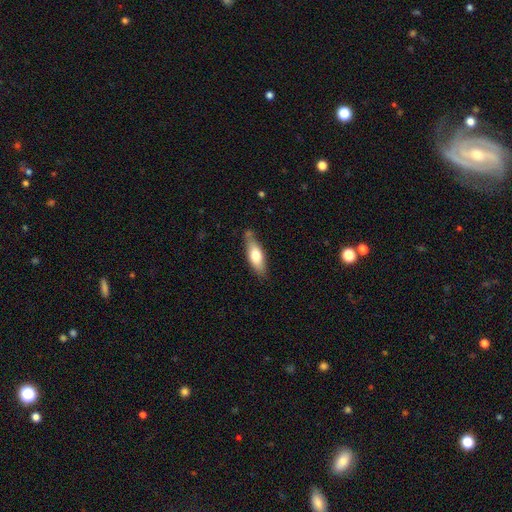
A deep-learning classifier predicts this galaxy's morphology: Overall: smooth (64%; featured or disk 30%). How rounded: in between (58%; cigar-shaped 39%). Merging: none (74%).